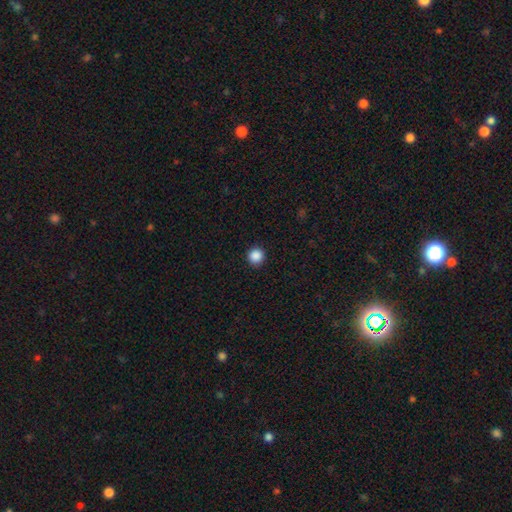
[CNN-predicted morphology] smooth_or_featured: smooth (p=0.88) [alt: star or artifact p=0.10]
how_rounded: round (p=0.95) [alt: in between p=0.04]
merging: none (p=0.93) [alt: minor disturbance p=0.05]